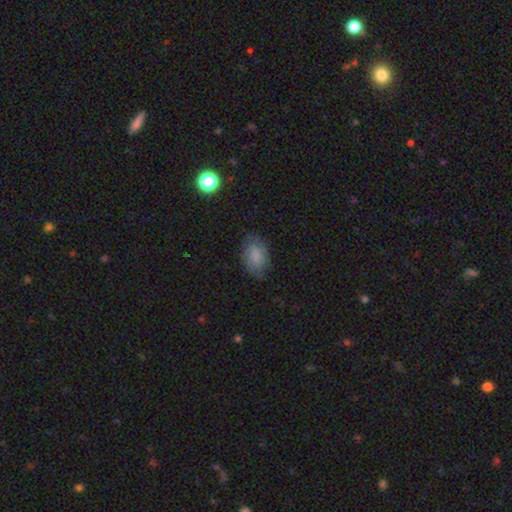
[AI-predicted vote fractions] Q: Smooth or featured?
A: smooth (75%); runner-up: featured or disk (16%)
Q: How rounded?
A: in between (86%); runner-up: round (13%)
Q: Merging?
A: none (73%); runner-up: minor disturbance (20%)